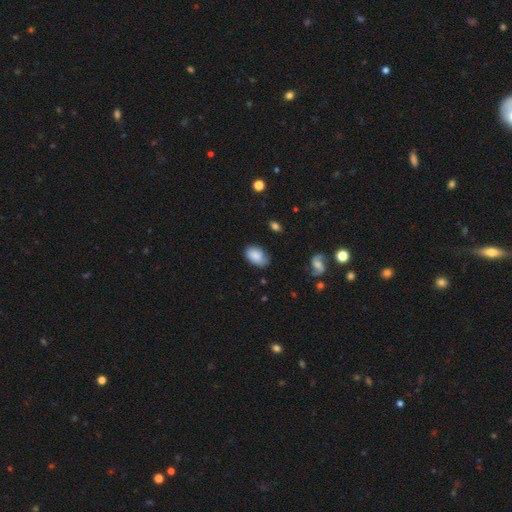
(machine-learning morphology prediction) type=smooth (81%); roundness=in between (88%); merging=none (66%).